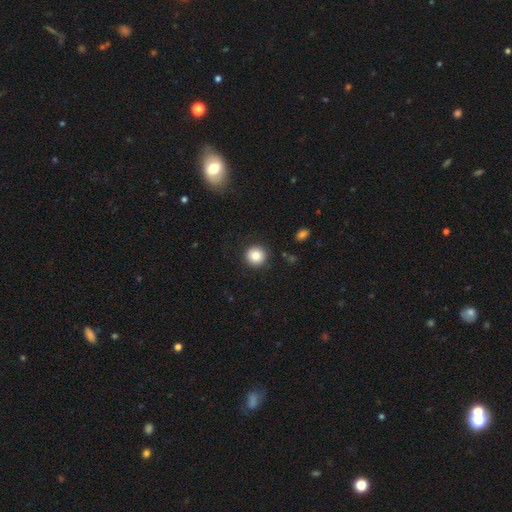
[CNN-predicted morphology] This appears to be a smooth galaxy with no disk features (84%) that is round (95%). Merging: none (90%).